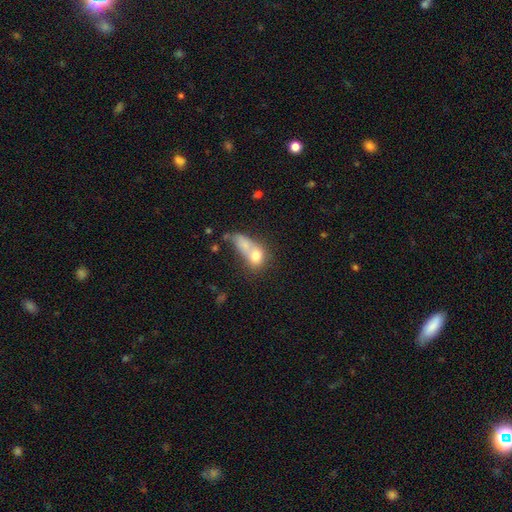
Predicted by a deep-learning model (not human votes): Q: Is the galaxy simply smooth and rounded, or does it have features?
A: smooth — 70%.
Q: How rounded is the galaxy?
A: in between — 57%.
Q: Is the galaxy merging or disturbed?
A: merger — 62%.